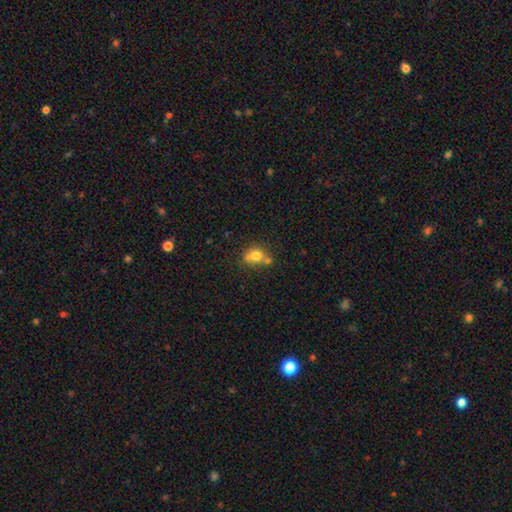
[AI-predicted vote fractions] Smooth or featured: smooth — 74% (featured or disk — 14%)
How rounded: round — 62% (in between — 37%)
Merging: none — 47% (merger — 34%)